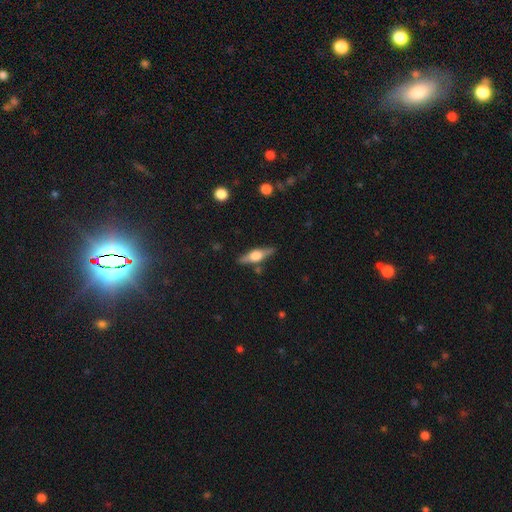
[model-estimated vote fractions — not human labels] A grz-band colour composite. It shows a featured or disk galaxy (64%) viewed edge-on (95%) with a rounded central bulge (90%). Merging: none (84%).